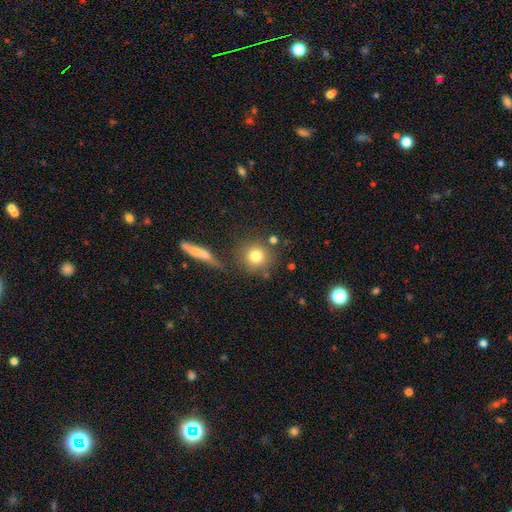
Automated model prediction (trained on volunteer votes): smooth_or_featured: smooth (p=0.78) [alt: featured or disk p=0.11]
how_rounded: round (p=0.90) [alt: in between p=0.08]
merging: none (p=0.76) [alt: minor disturbance p=0.11]